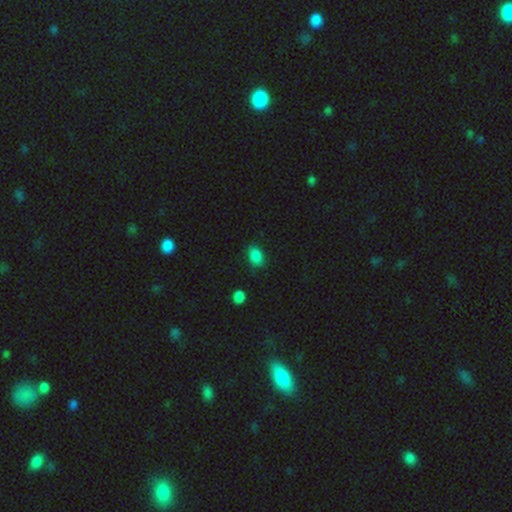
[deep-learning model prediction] Smooth or featured? Predicted: smooth (p=0.85). How rounded? Predicted: in between (p=0.80). Merging? Predicted: none (p=0.78).